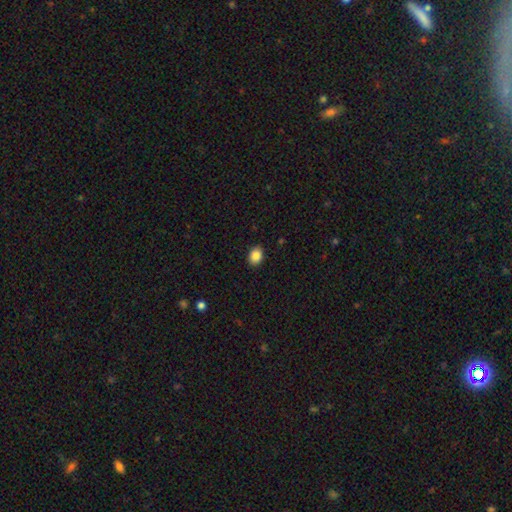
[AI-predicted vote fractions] Smooth or featured? smooth (87%)
How rounded? in between (67%)
Merging? none (90%)